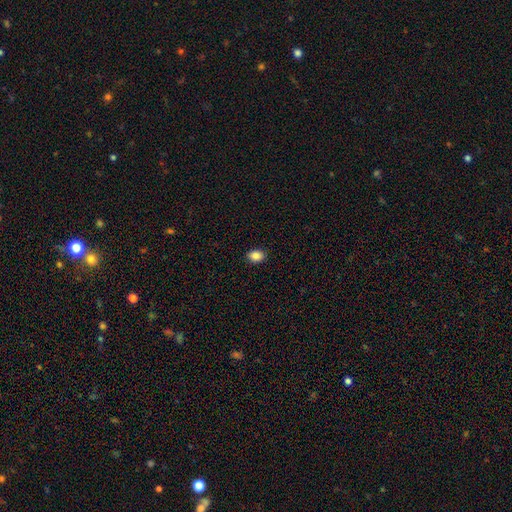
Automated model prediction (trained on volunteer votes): smooth-or-featured: smooth: 87% | star or artifact: 9% | featured or disk: 4%
  how-rounded: in between: 71% | round: 28% | cigar-shaped: 1%
  merging: none: 90% | minor disturbance: 7% | major disturbance: 2% | merger: 1%